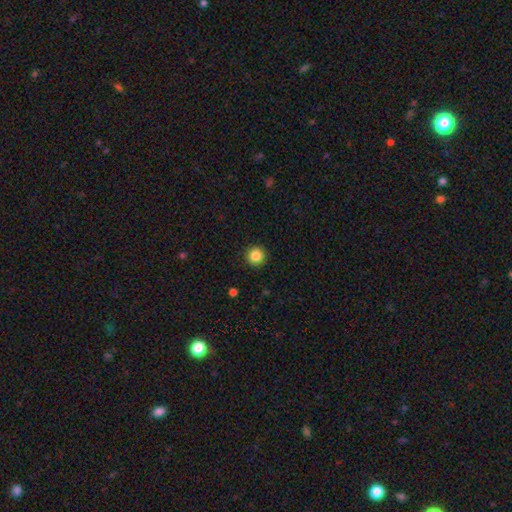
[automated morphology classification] smooth-or-featured: smooth: 85% | star or artifact: 10% | featured or disk: 4%
  how-rounded: round: 96% | in between: 3% | cigar-shaped: 1%
  merging: none: 93% | minor disturbance: 4% | major disturbance: 2% | merger: 1%